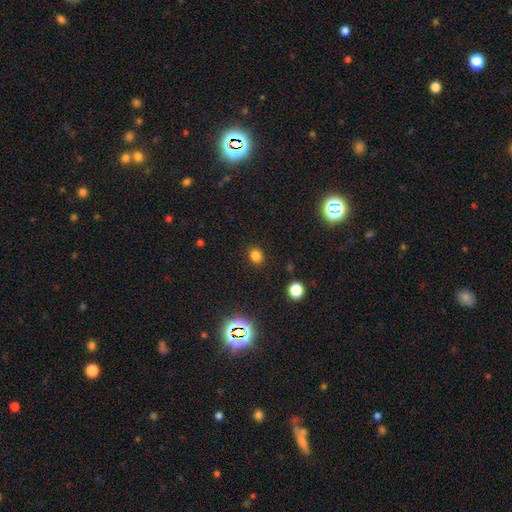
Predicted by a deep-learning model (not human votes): smooth-or-featured: smooth: 79% | star or artifact: 17% | featured or disk: 4%
  how-rounded: round: 69% | in between: 30% | cigar-shaped: 1%
  merging: none: 89% | minor disturbance: 7% | major disturbance: 3% | merger: 1%